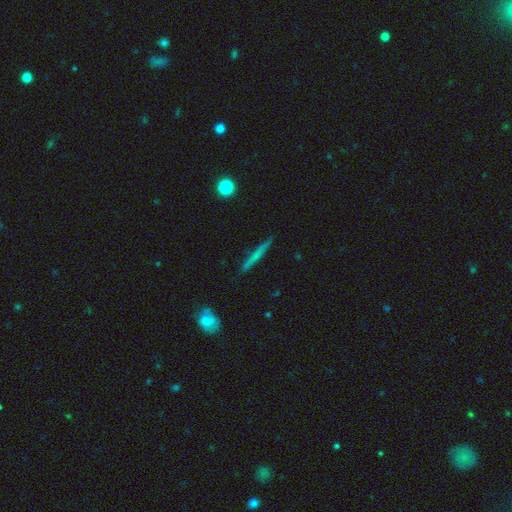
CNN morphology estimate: A smooth galaxy with no disk features (49%).

Vote fractions:
- Smooth or featured? smooth: 49% / featured or disk: 44% / star or artifact: 7%
- Merging? none: 89% / minor disturbance: 8% / major disturbance: 2% / merger: 2%